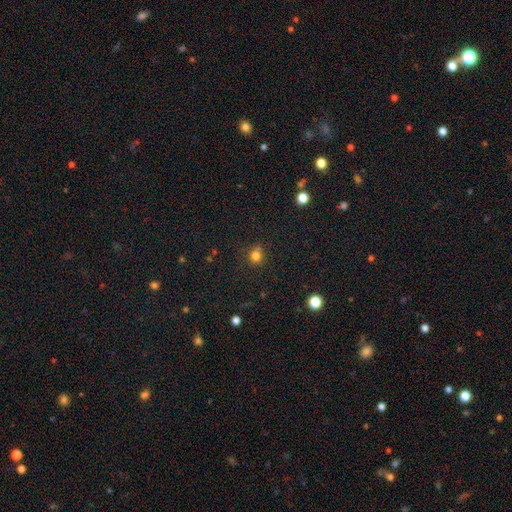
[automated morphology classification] A smooth galaxy with no disk features (78%) that is round (83%).

Vote fractions:
- Smooth or featured? smooth: 78% / star or artifact: 16% / featured or disk: 6%
- How rounded? round: 83% / in between: 16% / cigar-shaped: 1%
- Merging? none: 69% / minor disturbance: 15% / merger: 11% / major disturbance: 5%